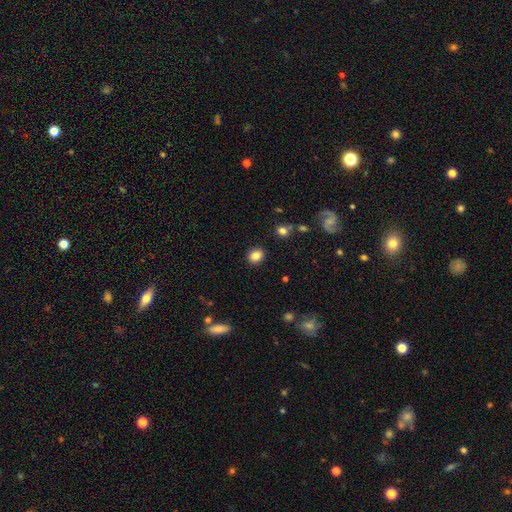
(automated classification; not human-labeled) This is clearly a smooth galaxy (84%). How rounded: possibly round (59%). Merging: clearly none (89%).